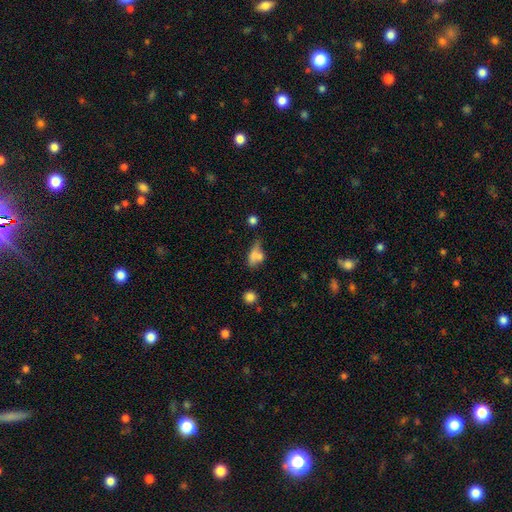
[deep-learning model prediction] Smooth or featured? smooth (64%)
How rounded? in between (67%)
Merging? none (34%)